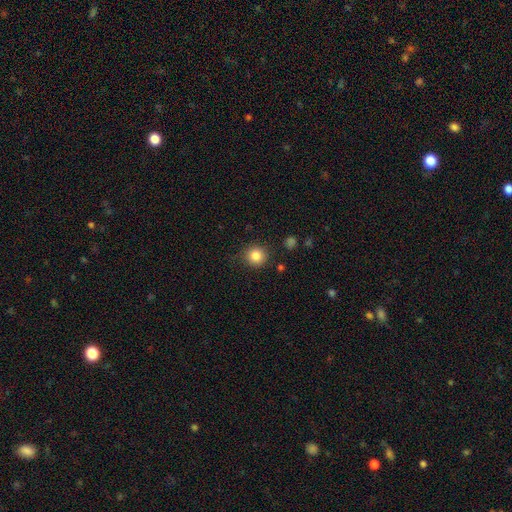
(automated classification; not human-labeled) Smooth or featured: smooth — 84% (star or artifact — 11%)
How rounded: round — 92% (in between — 7%)
Merging: none — 87% (minor disturbance — 9%)